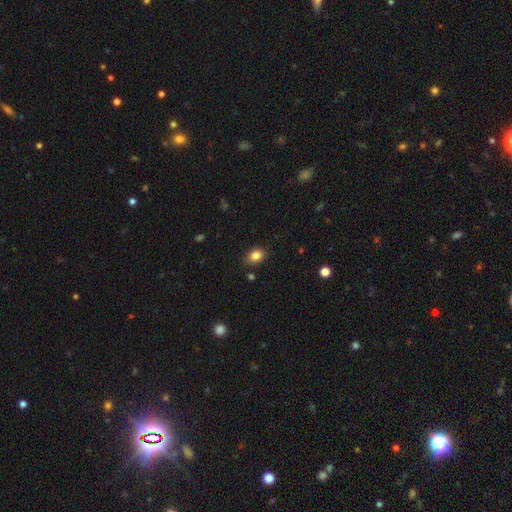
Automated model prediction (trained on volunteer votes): Smooth or featured? smooth (84%)
How rounded? in between (72%)
Merging? none (83%)